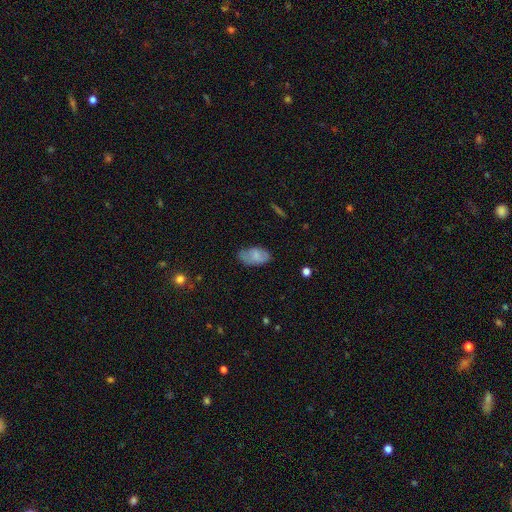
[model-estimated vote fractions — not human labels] Morphology: type=smooth (71%); roundness=in between (93%); merging=none (61%).